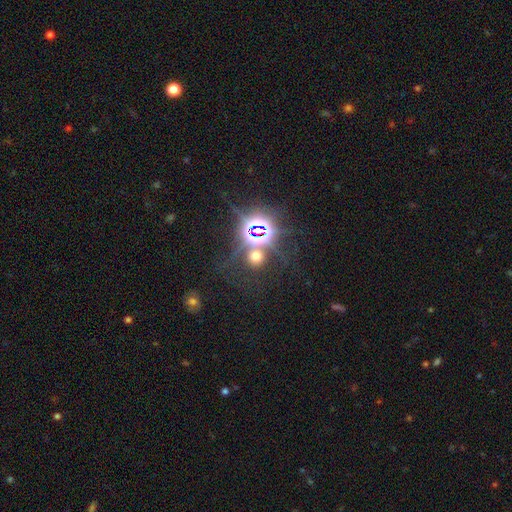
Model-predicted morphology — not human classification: smooth-or-featured: star or artifact: 54% | smooth: 36% | featured or disk: 10%